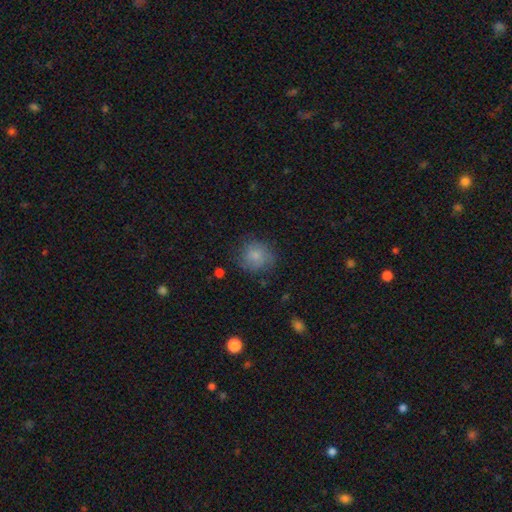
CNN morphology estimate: smooth-or-featured: smooth: 74% | featured or disk: 17% | star or artifact: 9%
  how-rounded: round: 84% | in between: 15% | cigar-shaped: 1%
  merging: none: 70% | minor disturbance: 20% | major disturbance: 8% | merger: 1%